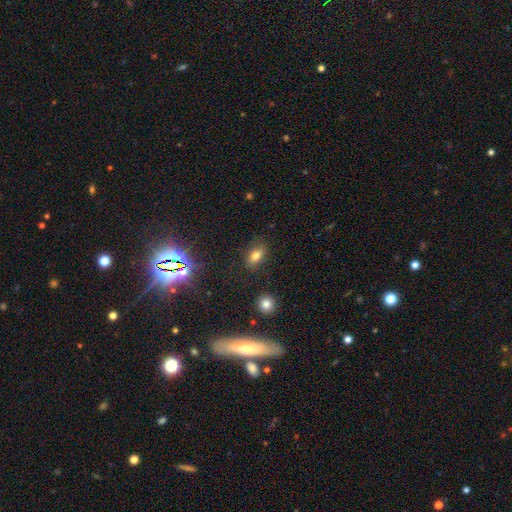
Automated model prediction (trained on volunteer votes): smooth_or_featured: smooth (p=0.76) [alt: star or artifact p=0.14]
how_rounded: in between (p=0.85) [alt: round p=0.11]
merging: none (p=0.83) [alt: minor disturbance p=0.11]